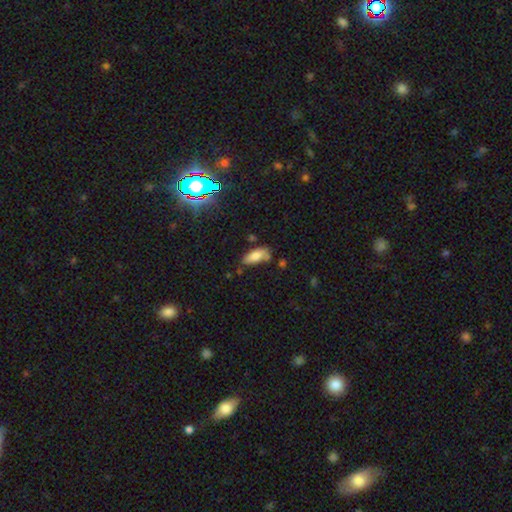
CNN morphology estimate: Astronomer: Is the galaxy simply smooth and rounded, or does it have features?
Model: smooth — 76%.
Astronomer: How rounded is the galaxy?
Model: in between — 78%.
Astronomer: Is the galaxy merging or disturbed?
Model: none — 58%.